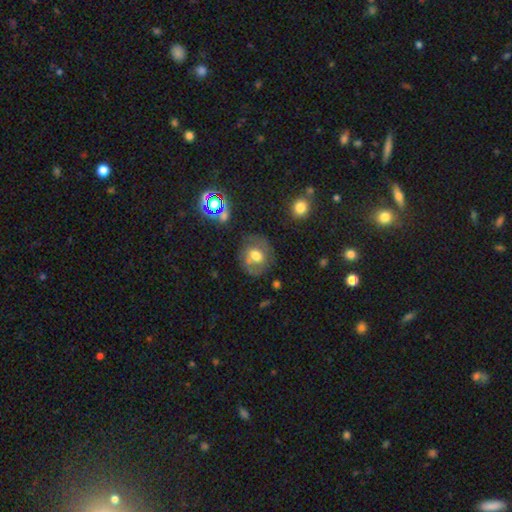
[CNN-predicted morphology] Smooth or featured?
  - featured or disk: 44% * (tied)
  - smooth: 44% * (tied)
  - star or artifact: 12%
Merging?
  - none: 70% *
  - minor disturbance: 18%
  - major disturbance: 9%
  - merger: 3%